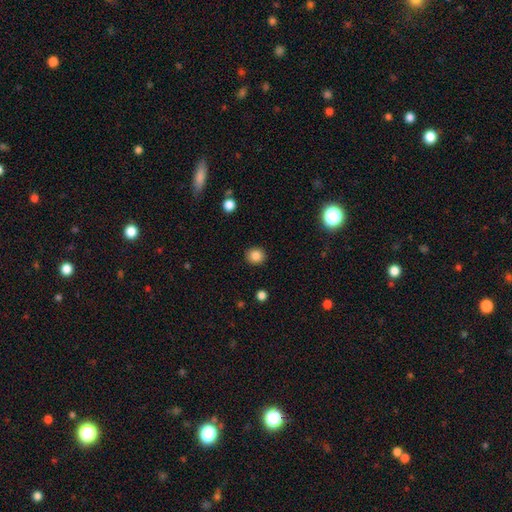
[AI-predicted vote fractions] smooth 85%, star or artifact 11%, featured or disk 4%. Down the decision tree: how rounded — round (89%); merging — none (91%).